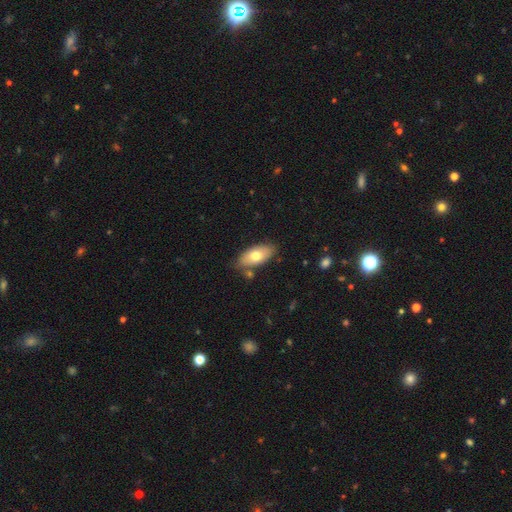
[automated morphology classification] Smooth or featured? Predicted: smooth (p=0.70). How rounded? Predicted: in between (p=0.90). Merging? Predicted: none (p=0.78).